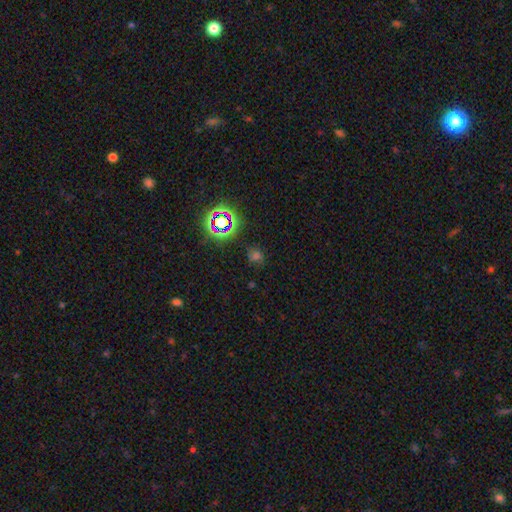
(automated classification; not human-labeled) This appears to be a star or artifact, not a galaxy (51%).